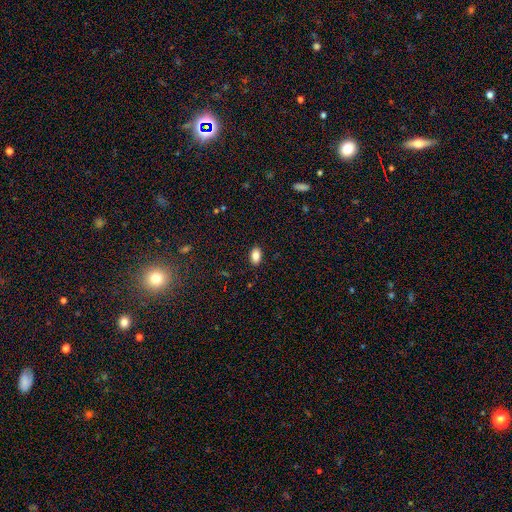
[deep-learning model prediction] This appears to be a smooth galaxy with no disk features (85%) that is in between round and cigar-shaped (89%). Merging: none (89%).